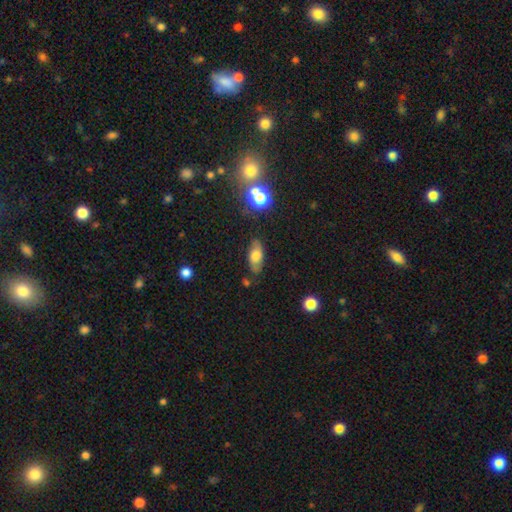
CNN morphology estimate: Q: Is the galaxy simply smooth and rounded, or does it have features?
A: smooth — 63%.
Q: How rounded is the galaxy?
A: in between — 84%.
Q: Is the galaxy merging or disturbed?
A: none — 78%.